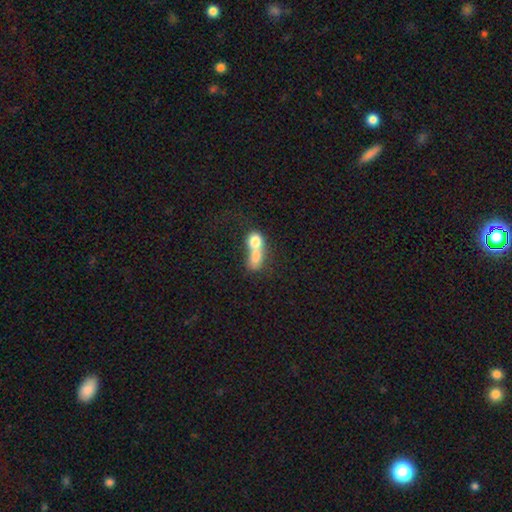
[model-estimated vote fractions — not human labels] Smooth or featured: smooth — 71% (featured or disk — 20%)
How rounded: in between — 57% (round — 37%)
Merging: merger — 79% (none — 12%)